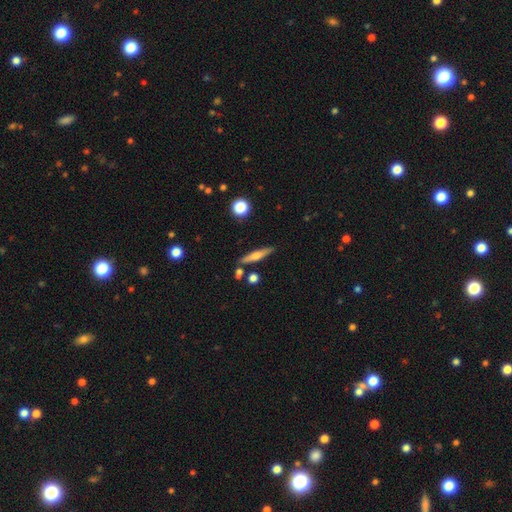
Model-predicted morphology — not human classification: Overall: smooth (47%; featured or disk 46%). Merging: none (82%).